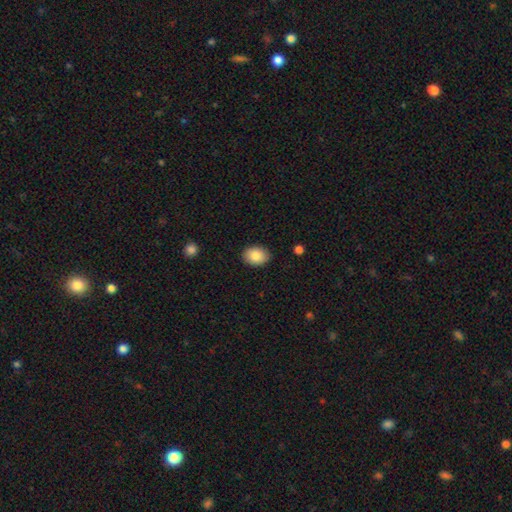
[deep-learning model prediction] A smooth galaxy with no disk features (86%) that is in between round and cigar-shaped (68%). Merging: none (88%).